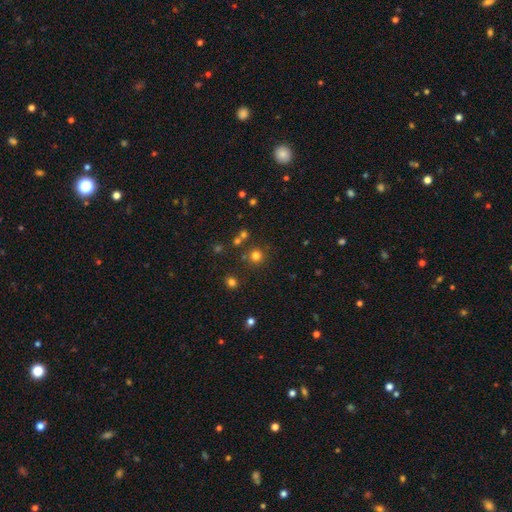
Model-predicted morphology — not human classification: Smooth or featured? smooth (75%)
How rounded? round (94%)
Merging? none (83%)